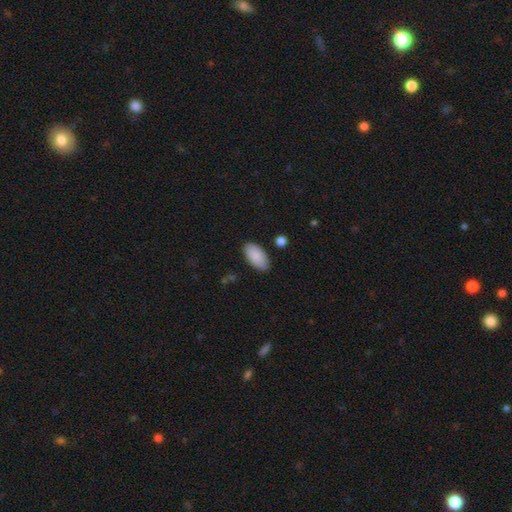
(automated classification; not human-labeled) Smooth or featured: smooth — 89% (star or artifact — 6%)
How rounded: in between — 95% (cigar-shaped — 3%)
Merging: none — 86% (minor disturbance — 10%)